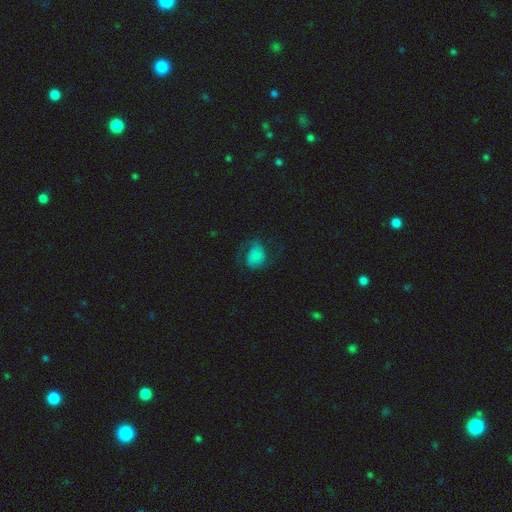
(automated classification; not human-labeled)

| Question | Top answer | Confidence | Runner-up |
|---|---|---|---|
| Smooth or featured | featured or disk | 49% | smooth (40%) |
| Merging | none | 50% | major disturbance (27%) |